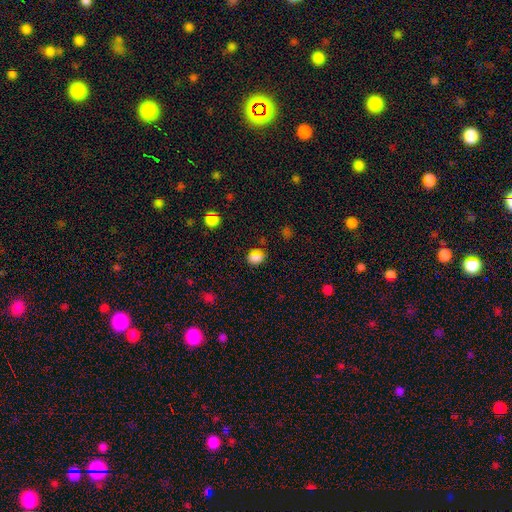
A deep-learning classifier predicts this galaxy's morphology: type=smooth (72%); roundness=round (67%); merging=none (85%).